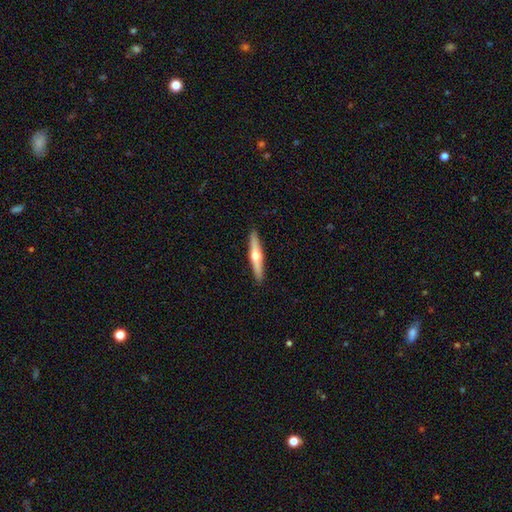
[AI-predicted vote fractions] Smooth or featured?
  - featured or disk: 61% *
  - smooth: 34%
  - star or artifact: 5%
Edge-on disk?
  - yes: 97% *
  - no: 3%
Edge-on bulge?
  - rounded: 93% *
  - none: 4%
  - boxy: 3%
Merging?
  - none: 92% *
  - minor disturbance: 6%
  - major disturbance: 1%
  - merger: 1%